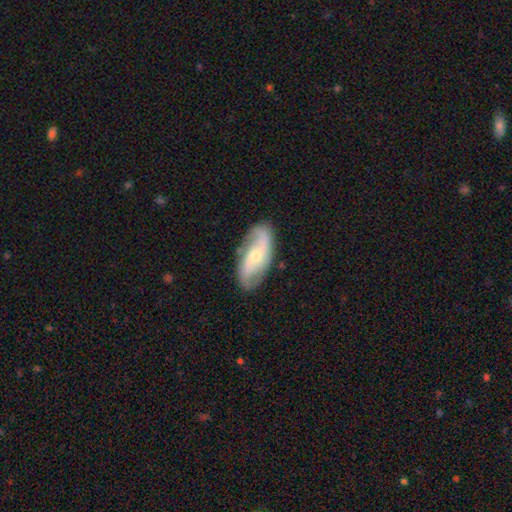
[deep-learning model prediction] Q: Smooth or featured?
A: featured or disk (77%); runner-up: smooth (18%)
Q: Edge-on disk?
A: no (93%); runner-up: yes (7%)
Q: Bar?
A: no (49%); runner-up: weak (38%)
Q: Spiral arms?
A: yes (93%); runner-up: no (7%)
Q: Spiral winding?
A: loose (48%); runner-up: medium (36%)
Q: Spiral arm count?
A: 2 (87%); runner-up: can't tell (6%)
Q: Bulge size?
A: small (49%); runner-up: moderate (46%)
Q: Merging?
A: none (80%); runner-up: minor disturbance (15%)